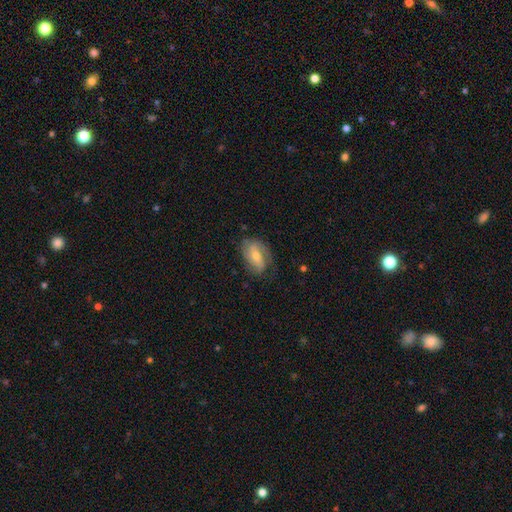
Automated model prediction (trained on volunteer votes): A featured or disk galaxy (57%) with no bar (44%), spiral arms (80%) and a moderate central bulge (52%).

Vote fractions:
- Smooth or featured? featured or disk: 57% / smooth: 36% / star or artifact: 7%
- Edge-on disk? no: 94% / yes: 6%
- Bar? no: 44% / weak: 35% / strong: 20%
- Spiral arms? yes: 80% / no: 20%
- Bulge size? moderate: 52% / small: 42% / large: 3% / none: 2% / dominant: 1%
- Merging? none: 66% / minor disturbance: 24% / major disturbance: 9% / merger: 1%